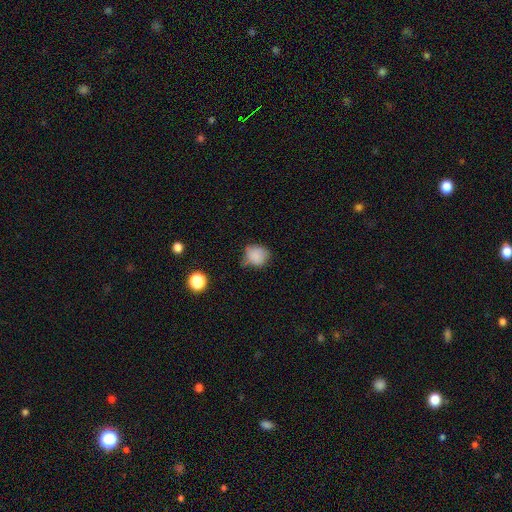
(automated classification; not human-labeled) Overall: smooth (83%). How rounded: round (76%). Merging: none (56%; minor disturbance 32%).